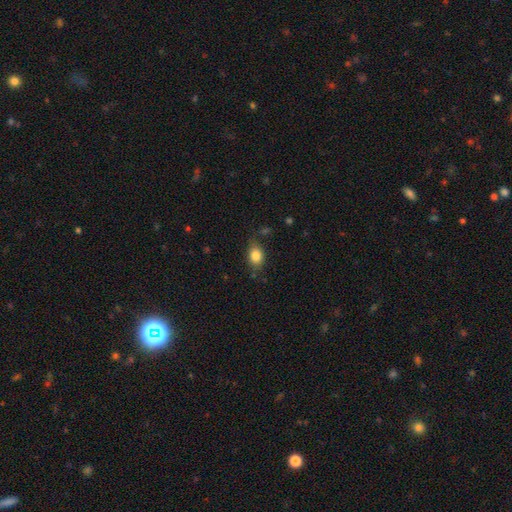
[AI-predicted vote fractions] The model was most divided on "how rounded": in between: 70%, round: 29%, cigar-shaped: 2%. More confident: smooth or featured — smooth (82%); merging — none (73%).